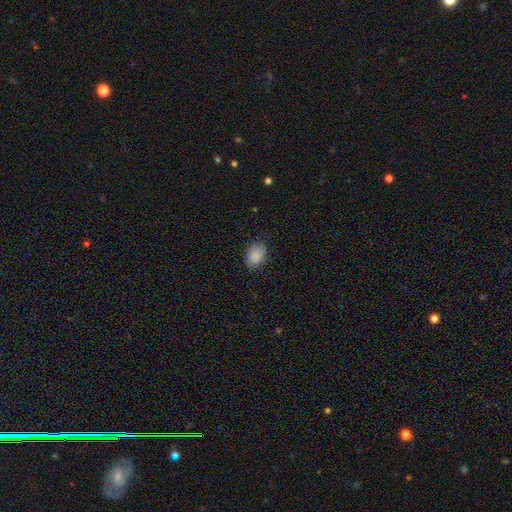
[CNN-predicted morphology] This is clearly a smooth galaxy (86%). How rounded: likely in between (73%). Merging: likely none (78%).